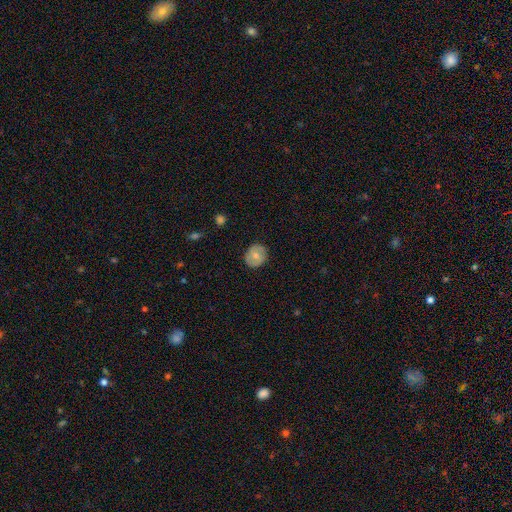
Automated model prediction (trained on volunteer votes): smooth 61%, featured or disk 32%, star or artifact 7%. Down the decision tree: how rounded — round (81%); merging — none (84%).